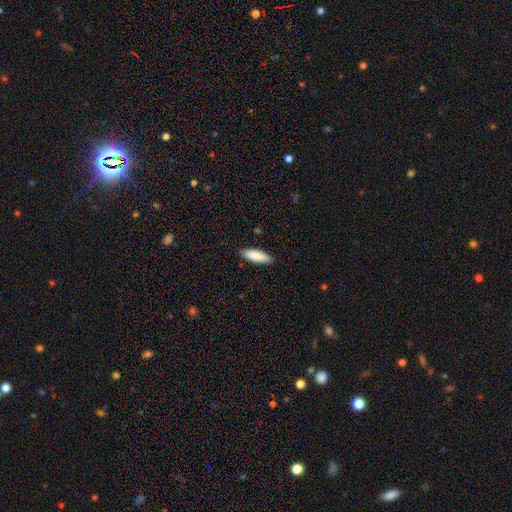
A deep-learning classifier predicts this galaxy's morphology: A smooth galaxy with no disk features (87%) that is cigar-shaped (53%).

Vote fractions:
- Smooth or featured? smooth: 87% / featured or disk: 7% / star or artifact: 5%
- How rounded? cigar-shaped: 53% / in between: 45% / round: 1%
- Merging? none: 89% / minor disturbance: 9% / major disturbance: 2% / merger: 1%